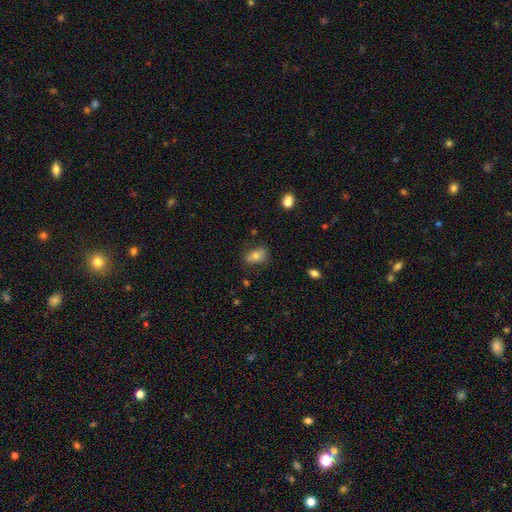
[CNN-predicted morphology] A smooth galaxy with no disk features (77%) that is in between round and cigar-shaped (86%).

Vote fractions:
- Smooth or featured? smooth: 77% / featured or disk: 14% / star or artifact: 9%
- How rounded? in between: 86% / round: 11% / cigar-shaped: 3%
- Merging? none: 78% / minor disturbance: 16% / major disturbance: 4% / merger: 2%